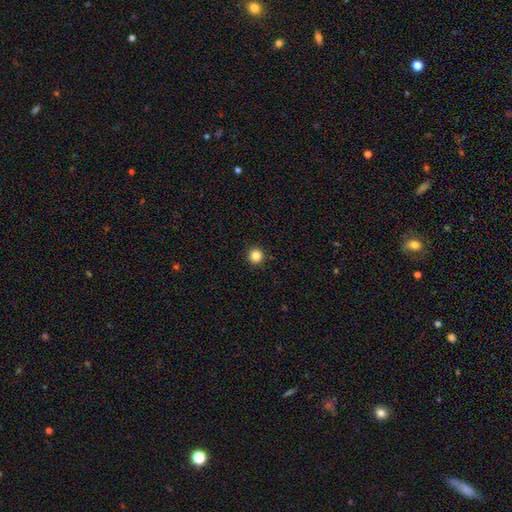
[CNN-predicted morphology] This appears to be a smooth galaxy with no disk features (85%) that is round (96%). Merging: none (93%).